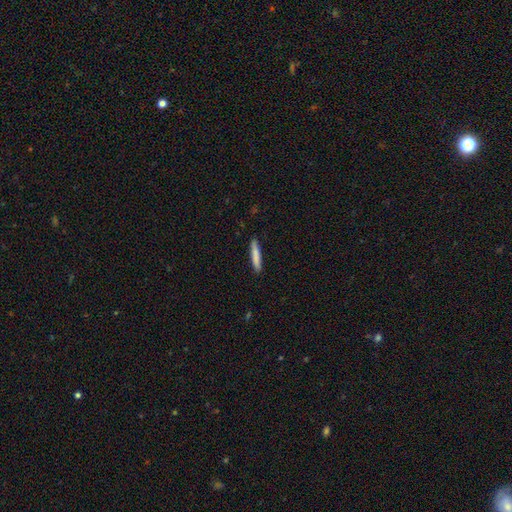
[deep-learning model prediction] Smooth or featured? Predicted: smooth (p=0.81). How rounded? Predicted: cigar-shaped (p=0.92). Merging? Predicted: none (p=0.90).